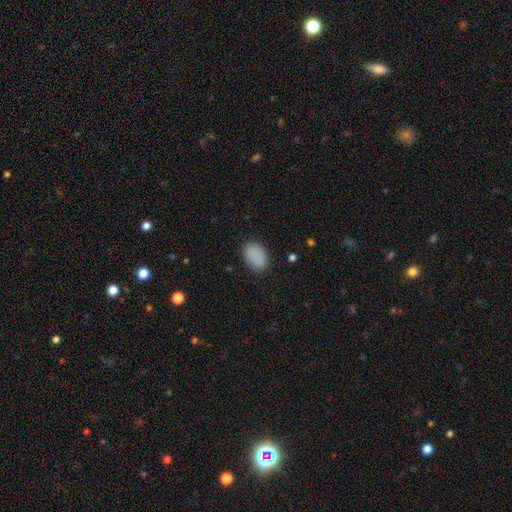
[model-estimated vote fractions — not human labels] Smooth or featured: smooth — 88% (star or artifact — 8%)
How rounded: in between — 87% (round — 12%)
Merging: none — 82% (minor disturbance — 13%)